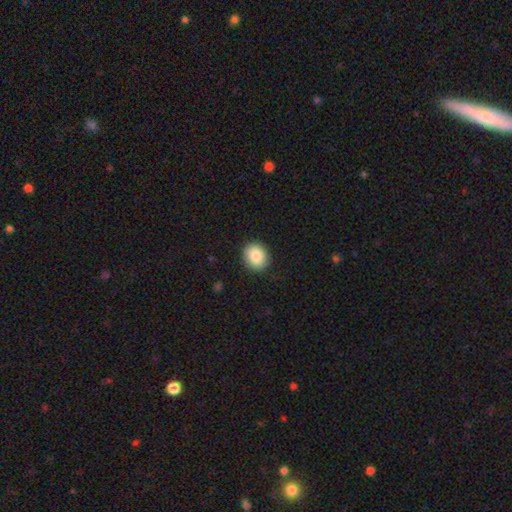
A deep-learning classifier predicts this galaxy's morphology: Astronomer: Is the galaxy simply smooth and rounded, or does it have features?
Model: smooth — 86%.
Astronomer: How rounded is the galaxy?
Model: round — 72%.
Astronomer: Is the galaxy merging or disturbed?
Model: none — 88%.